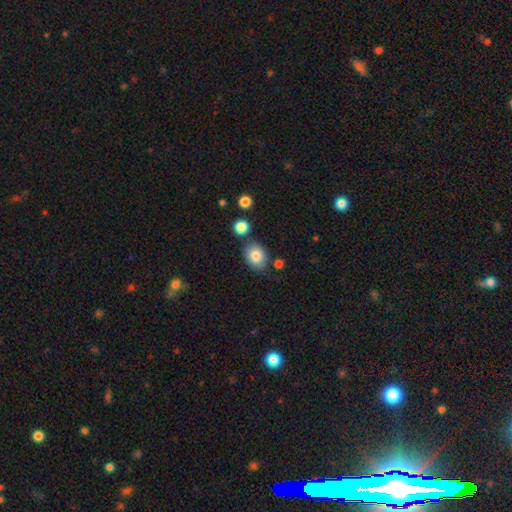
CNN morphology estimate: smooth_or_featured: smooth (p=0.83) [alt: star or artifact p=0.09]
how_rounded: in between (p=0.56) [alt: round p=0.43]
merging: none (p=0.75) [alt: minor disturbance p=0.14]